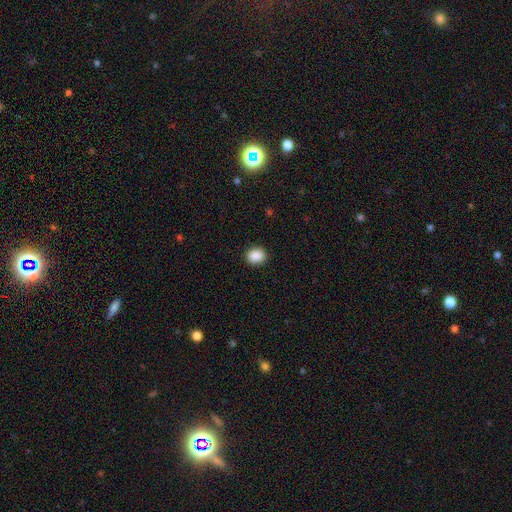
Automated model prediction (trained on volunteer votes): This appears to be a smooth galaxy with no disk features (89%) that is round (67%). Merging: none (91%).